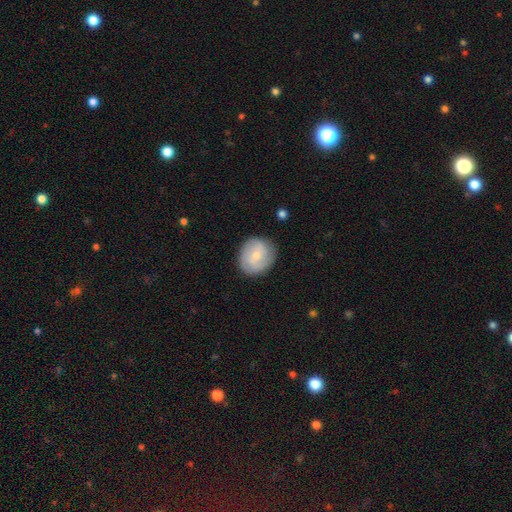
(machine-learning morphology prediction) Q: Smooth or featured?
A: smooth (48%); runner-up: featured or disk (45%)
Q: Merging?
A: none (82%); runner-up: minor disturbance (13%)